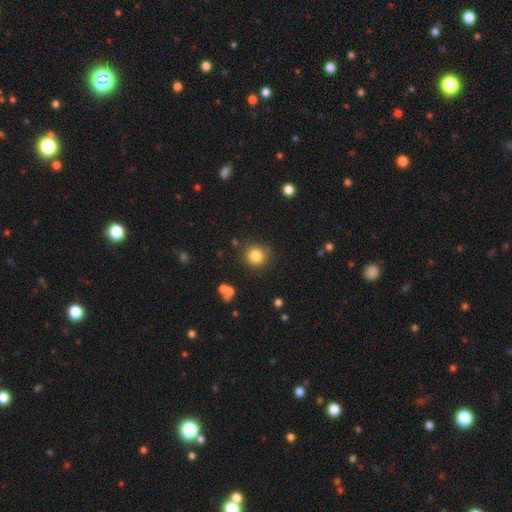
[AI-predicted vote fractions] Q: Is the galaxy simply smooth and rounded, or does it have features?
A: smooth — 82%.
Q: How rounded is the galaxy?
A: round — 92%.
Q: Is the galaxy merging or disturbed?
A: none — 85%.